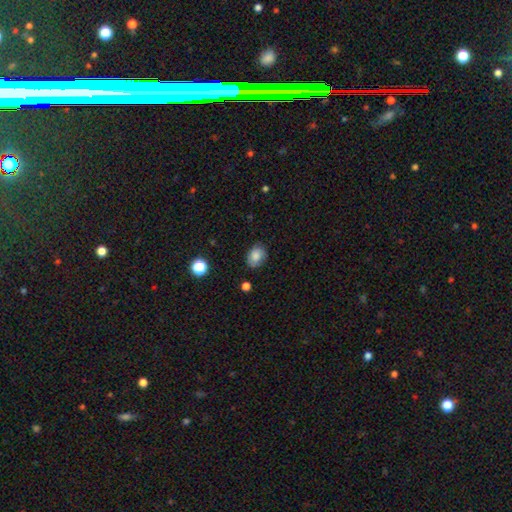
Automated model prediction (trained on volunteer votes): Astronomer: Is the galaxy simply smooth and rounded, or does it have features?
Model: smooth — 83%.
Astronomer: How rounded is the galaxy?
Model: in between — 71%.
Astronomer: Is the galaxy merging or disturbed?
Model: none — 79%.